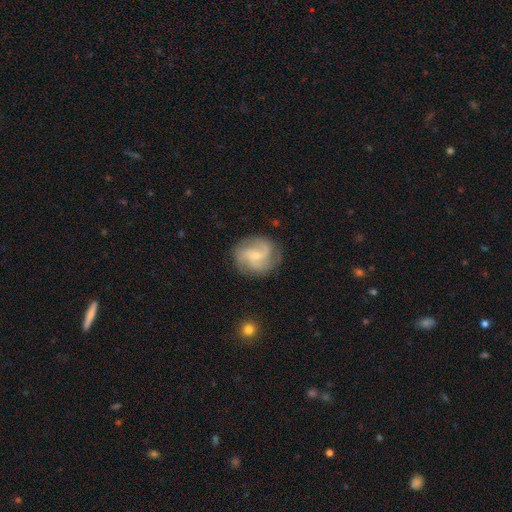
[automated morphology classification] This appears to be a featured or disk galaxy (78%) with no bar (54%), 3 (45%) medium (50%) spiral arms (96%) and a small central bulge (70%). Merging: none (80%).